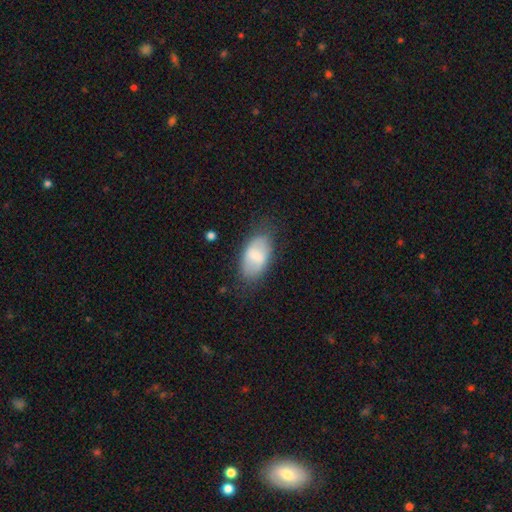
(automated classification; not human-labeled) A smooth galaxy with no disk features (68%) that is in between round and cigar-shaped (92%). Merging: none (69%).